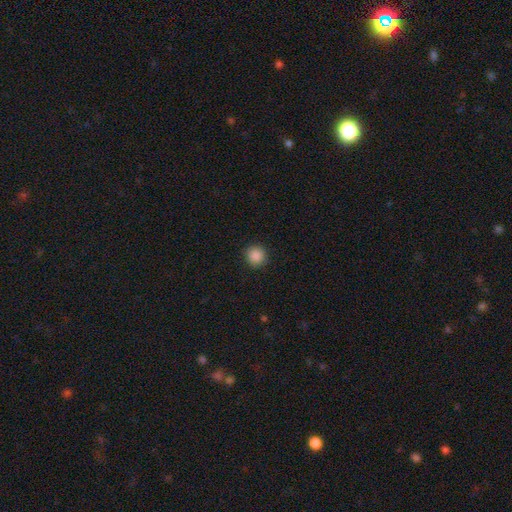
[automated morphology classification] Smooth or featured? Predicted: smooth (p=0.88). How rounded? Predicted: round (p=0.94). Merging? Predicted: none (p=0.92).